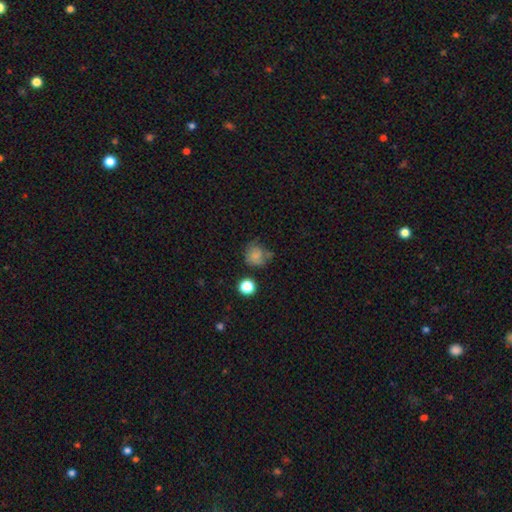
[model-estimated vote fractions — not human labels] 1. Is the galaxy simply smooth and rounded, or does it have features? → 73% smooth, 13% star or artifact, 13% featured or disk.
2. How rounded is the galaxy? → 80% round, 19% in between, 1% cigar-shaped.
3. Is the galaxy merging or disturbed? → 53% none, 26% minor disturbance, 12% major disturbance, 9% merger.